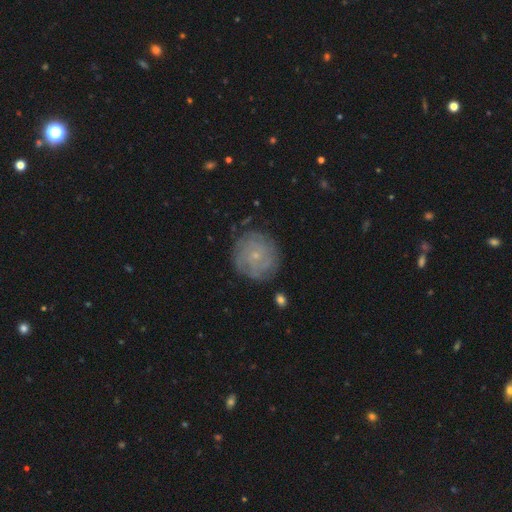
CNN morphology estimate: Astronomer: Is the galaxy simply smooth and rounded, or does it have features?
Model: featured or disk — 66%.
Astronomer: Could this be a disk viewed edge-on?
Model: no — 98%.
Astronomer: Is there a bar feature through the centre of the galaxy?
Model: no — 81%.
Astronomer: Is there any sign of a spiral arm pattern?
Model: yes — 88%.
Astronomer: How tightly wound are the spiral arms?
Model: tight — 76%.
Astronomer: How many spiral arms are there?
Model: can't tell — 47%.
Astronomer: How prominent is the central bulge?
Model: small — 84%.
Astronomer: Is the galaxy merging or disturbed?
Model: none — 80%.